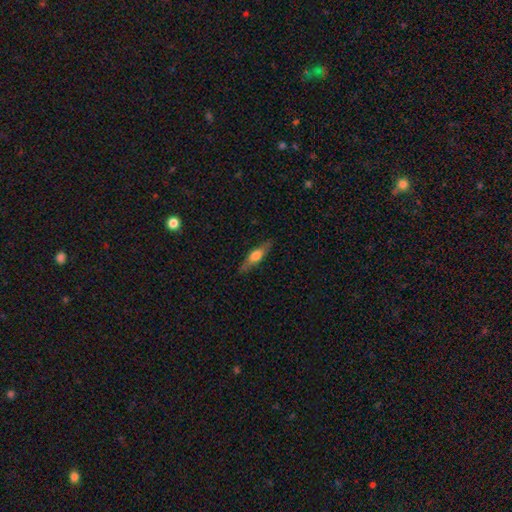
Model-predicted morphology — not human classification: This appears to be a smooth galaxy with no disk features (49%). Merging: none (84%).